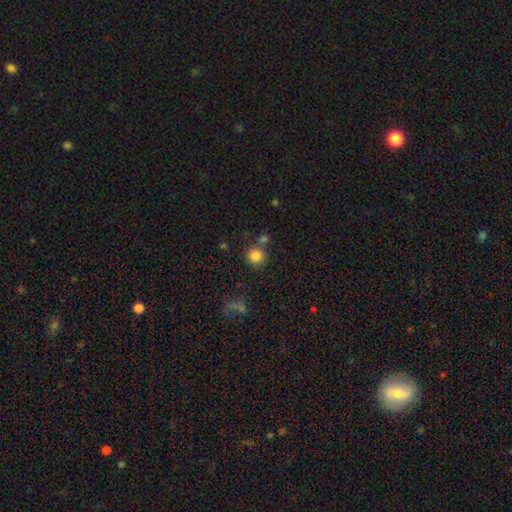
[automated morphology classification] The model was most divided on "merging": none: 73%, merger: 14%, minor disturbance: 9%, major disturbance: 4%. More confident: how rounded — round (92%); smooth or featured — smooth (84%).